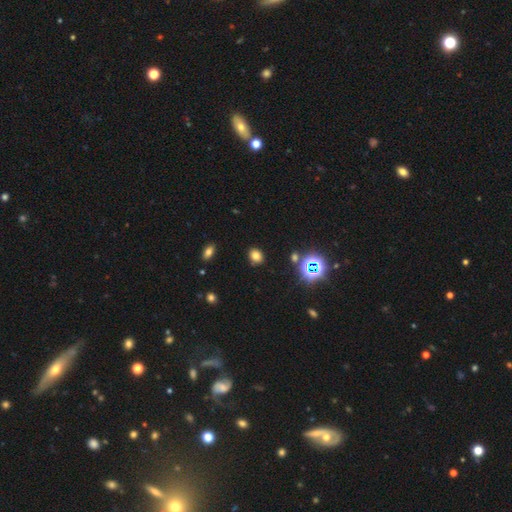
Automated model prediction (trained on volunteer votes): Smooth or featured? smooth (73%)
How rounded? round (51%)
Merging? none (87%)